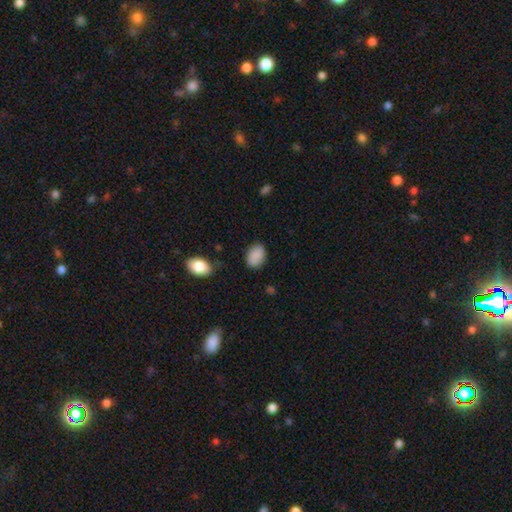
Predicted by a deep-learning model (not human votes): Overall: smooth (89%). How rounded: in between (83%). Merging: none (80%).